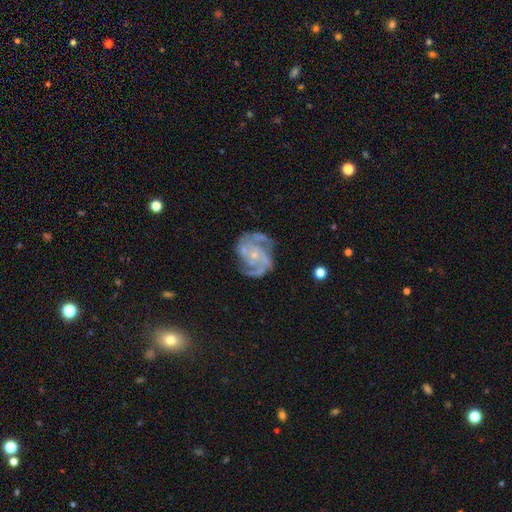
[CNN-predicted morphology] Overall: featured or disk (89%). Edge-on disk: no (98%). Bar: no (67%). Spiral arms: yes (96%). Spiral arm count: 2 (45%; 3 27%). Spiral winding: medium (49%; tight 39%). Bulge size: small (75%). Merging: none (67%).